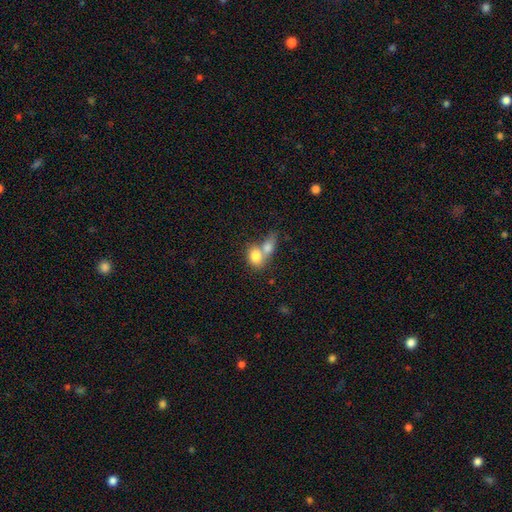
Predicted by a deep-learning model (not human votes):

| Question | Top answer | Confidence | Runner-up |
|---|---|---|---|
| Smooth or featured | smooth | 79% | featured or disk (13%) |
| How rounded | in between | 65% | round (33%) |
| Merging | merger | 66% | none (23%) |